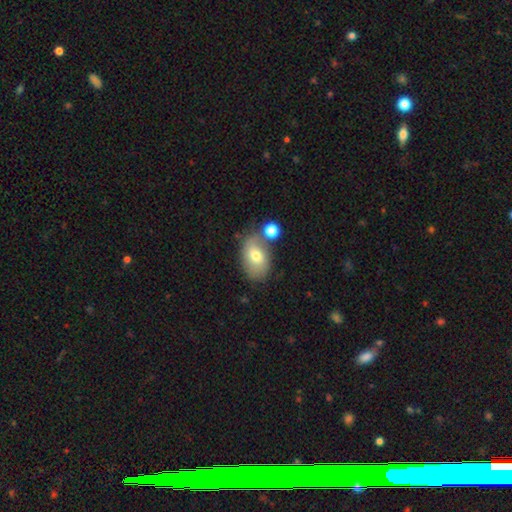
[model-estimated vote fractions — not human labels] smooth 65%, featured or disk 27%, star or artifact 9%. Down the decision tree: how rounded — in between (83%); merging — none (55%).